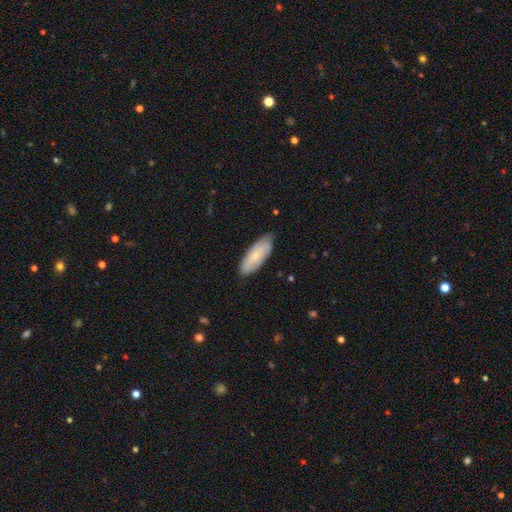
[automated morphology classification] This appears to be a smooth galaxy with no disk features (62%) that is in between round and cigar-shaped (71%). Merging: none (78%).